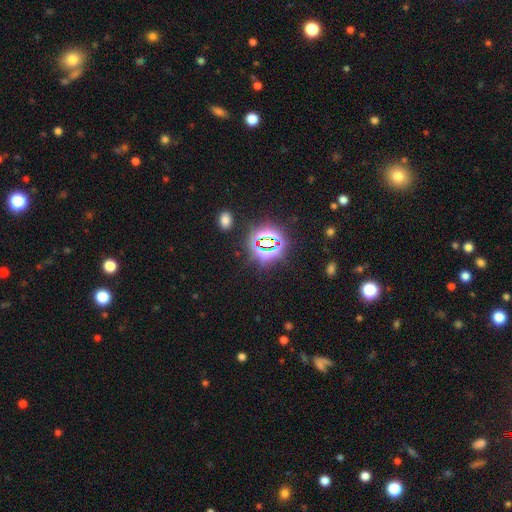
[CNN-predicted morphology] type=star or artifact (76%).